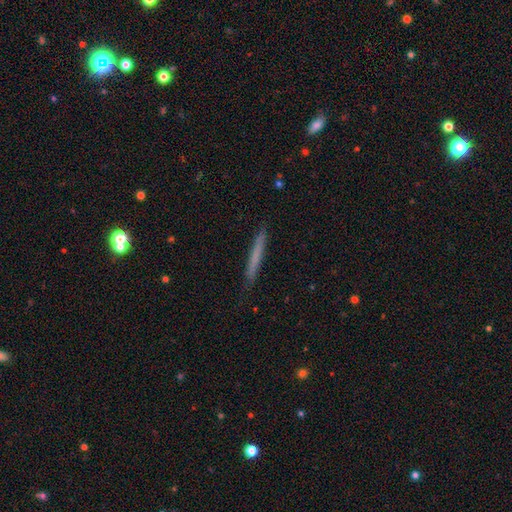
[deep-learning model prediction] Morphology: type=smooth (63%); roundness=cigar-shaped (97%); merging=none (88%).